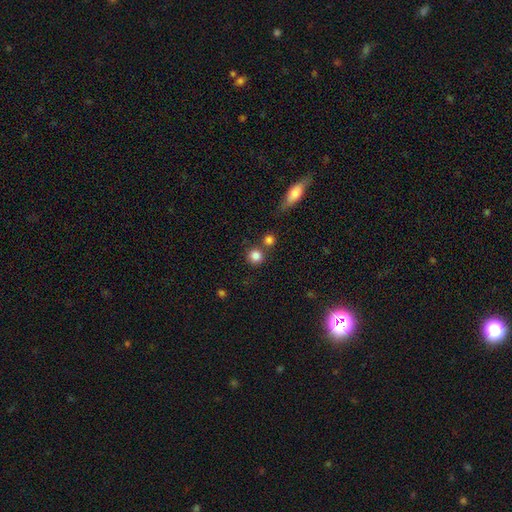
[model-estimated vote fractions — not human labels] Morphology: type=smooth (83%); roundness=round (92%); merging=none (73%).